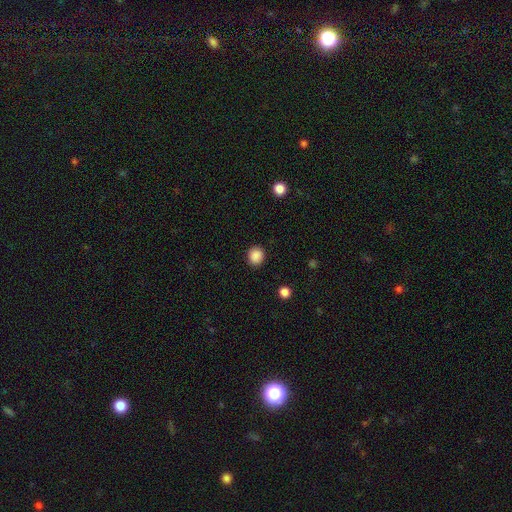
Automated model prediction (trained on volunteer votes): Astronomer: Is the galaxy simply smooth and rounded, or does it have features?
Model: smooth — 88%.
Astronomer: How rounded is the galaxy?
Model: round — 83%.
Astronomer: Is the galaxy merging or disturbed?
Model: none — 90%.